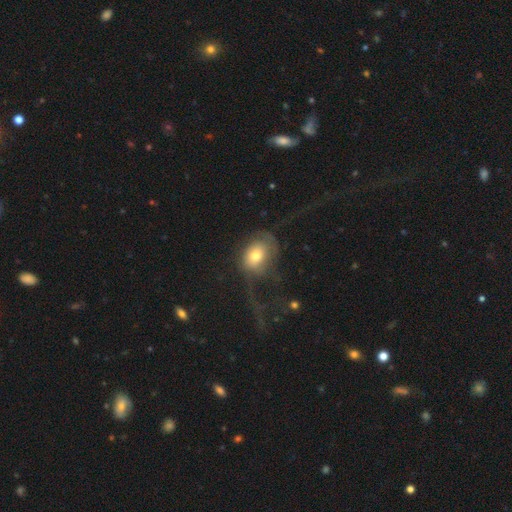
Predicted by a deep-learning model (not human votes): Overall: smooth (65%; featured or disk 26%). How rounded: in between (65%; round 34%). Merging: major disturbance (52%; none 29%).